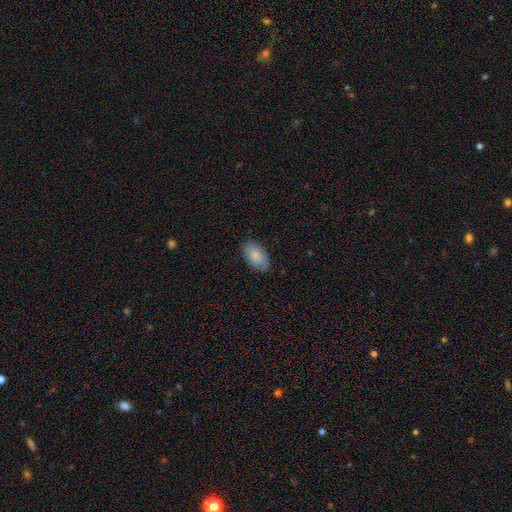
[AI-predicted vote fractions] The model was most divided on "merging": none: 83%, minor disturbance: 13%, major disturbance: 3%, merger: 1%. More confident: how rounded — in between (94%); smooth or featured — smooth (84%).